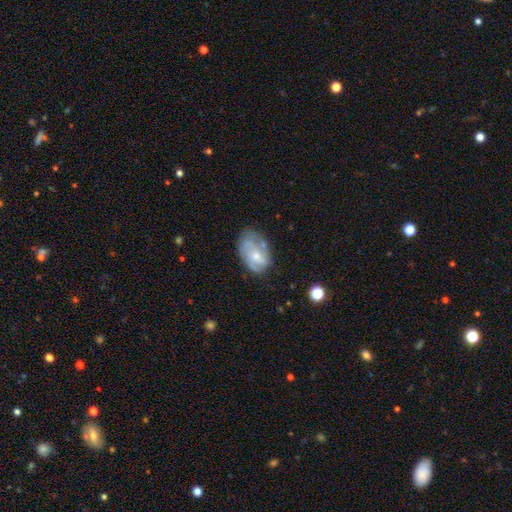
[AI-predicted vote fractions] Smooth or featured? featured or disk (63%)
Edge-on disk? no (97%)
Bar? no (69%)
Spiral arms? yes (80%)
Bulge size? small (55%)
Merging? none (56%)